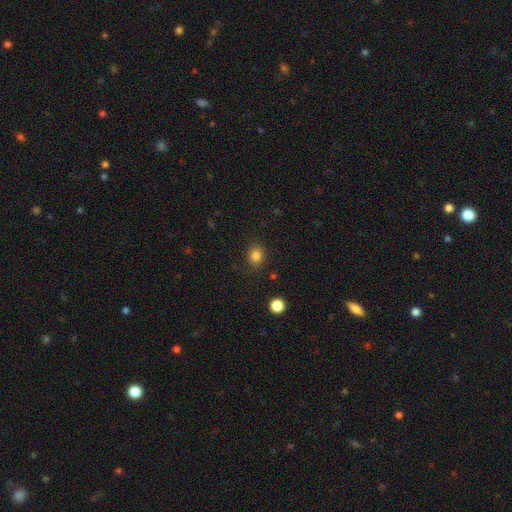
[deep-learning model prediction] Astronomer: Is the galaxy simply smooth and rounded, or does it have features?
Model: smooth — 83%.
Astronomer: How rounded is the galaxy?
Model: round — 60% (runner-up: in between, 39%).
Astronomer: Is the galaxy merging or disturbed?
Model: none — 85%.